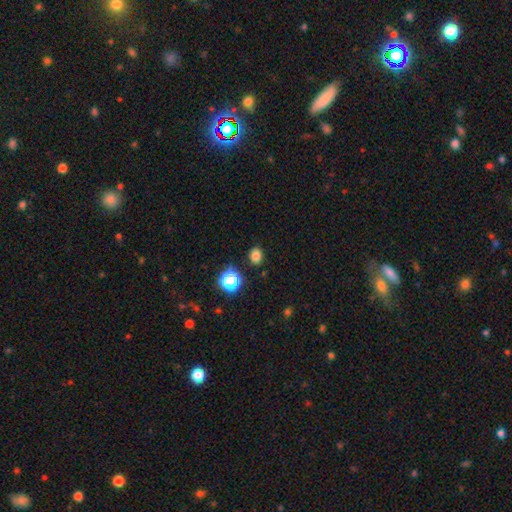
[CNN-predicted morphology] A smooth galaxy with no disk features (80%) that is round (52%). Merging: none (87%).